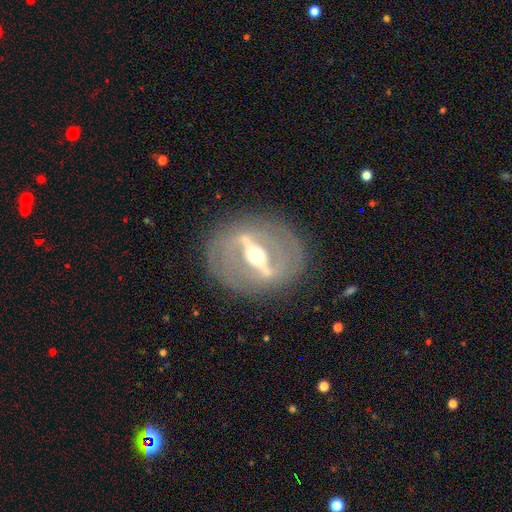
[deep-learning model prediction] Smooth or featured?
  - featured or disk: 85% *
  - smooth: 9%
  - star or artifact: 6%
Edge-on disk?
  - no: 69% *
  - yes: 31%
Bar?
  - strong: 85% *
  - weak: 11%
  - no: 4%
Spiral arms?
  - no: 61% *
  - yes: 39%
Bulge size?
  - moderate: 69% *
  - small: 19%
  - large: 10%
  - dominant: 1%
  - none: 1%
Merging?
  - none: 82% *
  - minor disturbance: 10%
  - major disturbance: 6%
  - merger: 1%